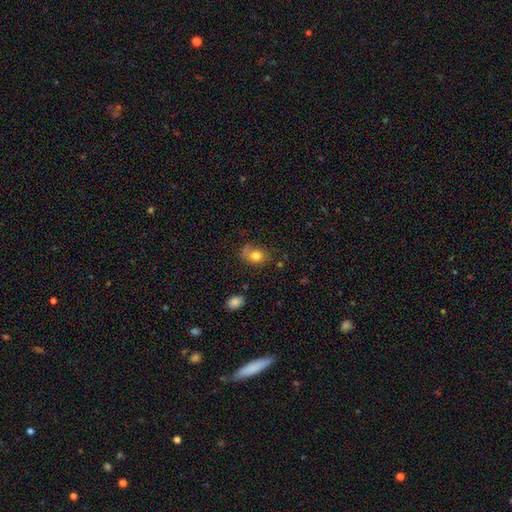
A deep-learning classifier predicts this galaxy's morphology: Smooth or featured?
  - smooth: 76% *
  - featured or disk: 14%
  - star or artifact: 10%
How rounded?
  - in between: 59% *
  - round: 39%
  - cigar-shaped: 1%
Merging?
  - none: 54% *
  - minor disturbance: 26%
  - major disturbance: 14%
  - merger: 6%